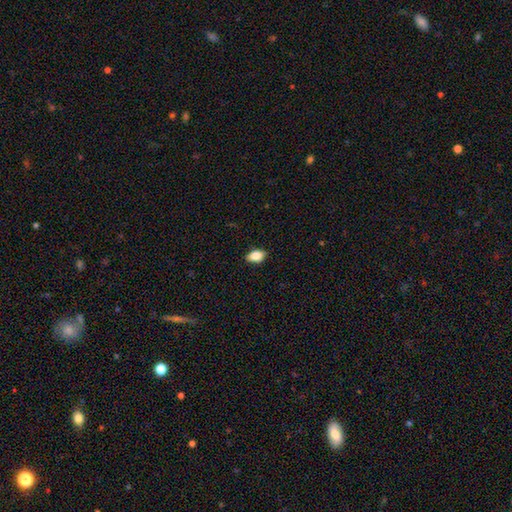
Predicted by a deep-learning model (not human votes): Smooth or featured? smooth (83%)
How rounded? in between (87%)
Merging? none (87%)